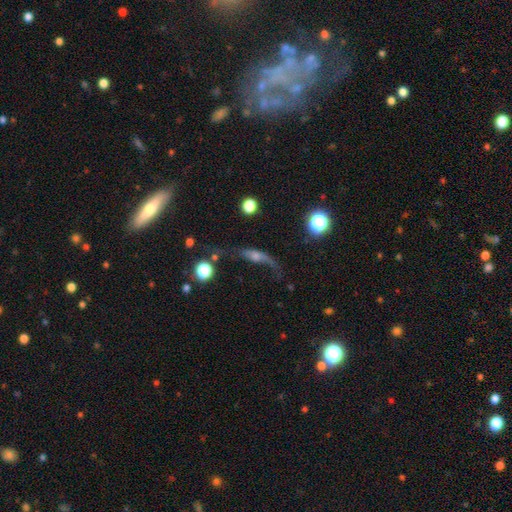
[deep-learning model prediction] This appears to be a featured or disk galaxy (56%). Merging: none (37%).